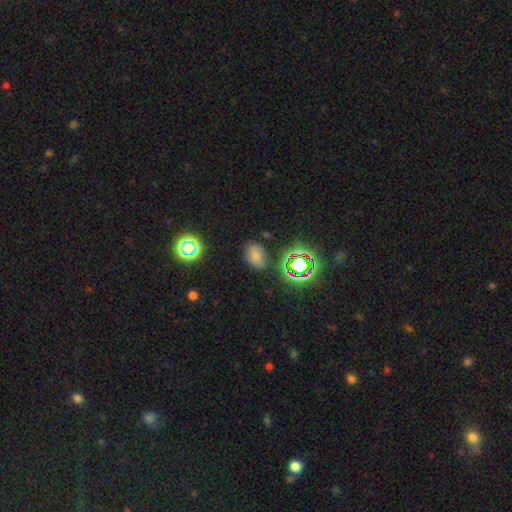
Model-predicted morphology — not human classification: smooth 60%, star or artifact 29%, featured or disk 11%. Down the decision tree: how rounded — in between (82%); merging — none (74%).